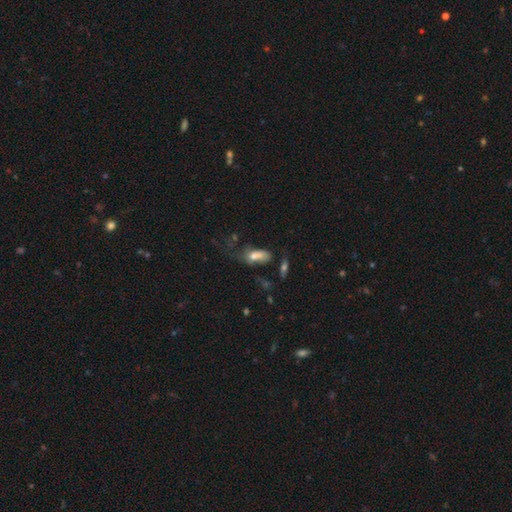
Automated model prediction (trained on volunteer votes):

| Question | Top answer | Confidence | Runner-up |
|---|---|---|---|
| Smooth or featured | smooth | 69% | featured or disk (20%) |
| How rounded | in between | 84% | cigar-shaped (8%) |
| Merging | none | 28% | major disturbance (26%) |